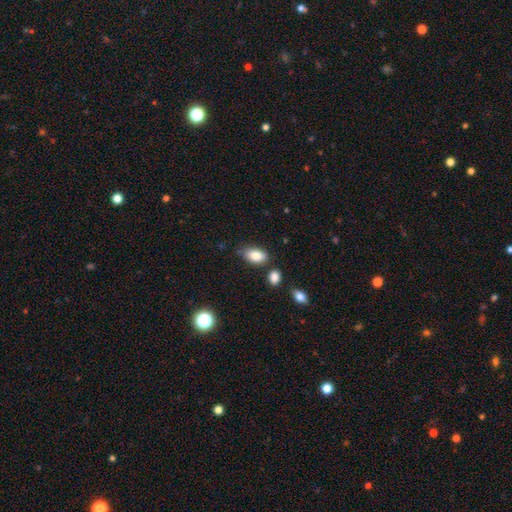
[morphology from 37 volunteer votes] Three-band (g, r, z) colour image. It shows a smooth galaxy with no disk features (92%) that is in between round and cigar-shaped (91%). Merging: none (72%).